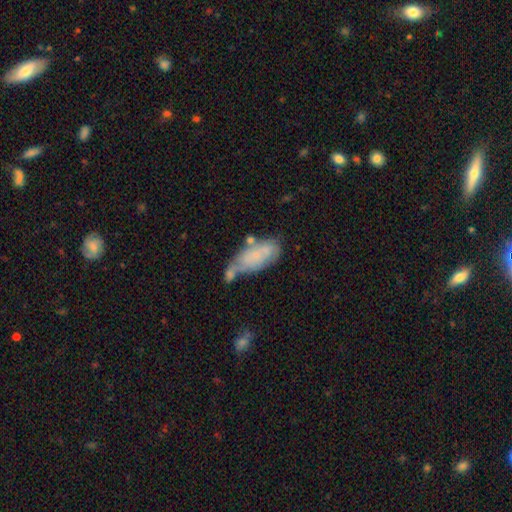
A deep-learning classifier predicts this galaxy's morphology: smooth-or-featured: smooth: 60% | featured or disk: 31% | star or artifact: 8%
  how-rounded: in between: 84% | cigar-shaped: 13% | round: 3%
  merging: none: 31% (tied) | merger: 31% (tied) | minor disturbance: 24% | major disturbance: 14%